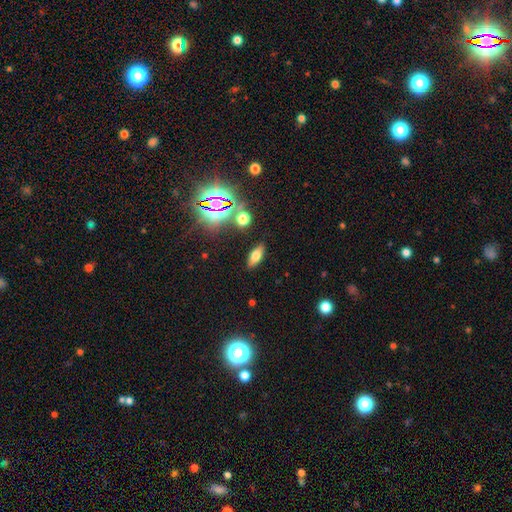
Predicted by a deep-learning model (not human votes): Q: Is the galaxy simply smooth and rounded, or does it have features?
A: smooth — 61%.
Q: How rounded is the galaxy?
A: in between — 74%.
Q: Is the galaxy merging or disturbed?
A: none — 87%.